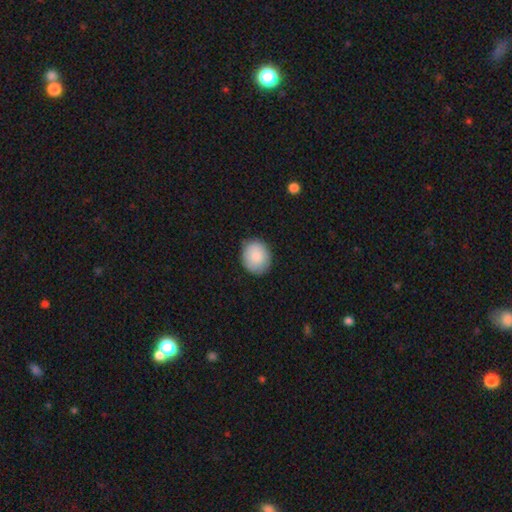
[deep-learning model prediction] smooth-or-featured: smooth: 87% | star or artifact: 6% | featured or disk: 6%
  how-rounded: round: 70% | in between: 30% | cigar-shaped: 1%
  merging: none: 85% | minor disturbance: 12% | major disturbance: 2% | merger: 1%